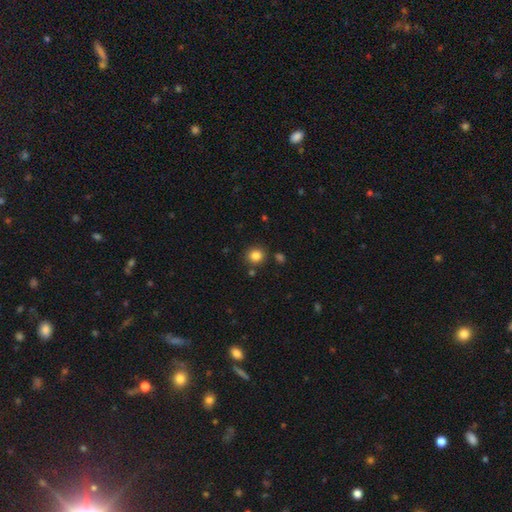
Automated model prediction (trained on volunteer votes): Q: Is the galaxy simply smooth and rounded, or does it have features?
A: smooth — 84%.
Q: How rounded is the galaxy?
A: round — 85%.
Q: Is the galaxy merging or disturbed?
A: none — 84%.